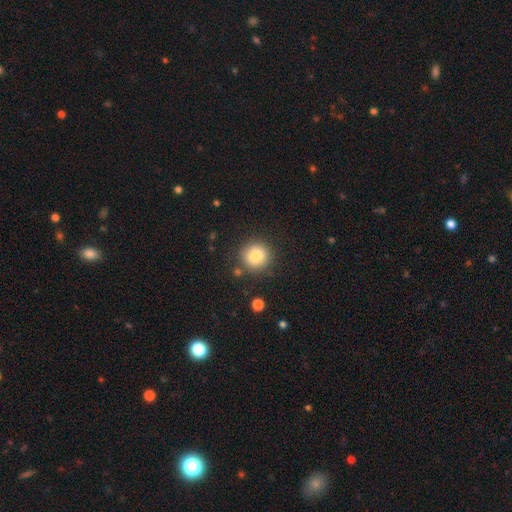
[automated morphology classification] smooth 83%, star or artifact 10%, featured or disk 7%. Down the decision tree: how rounded — round (92%); merging — none (85%).